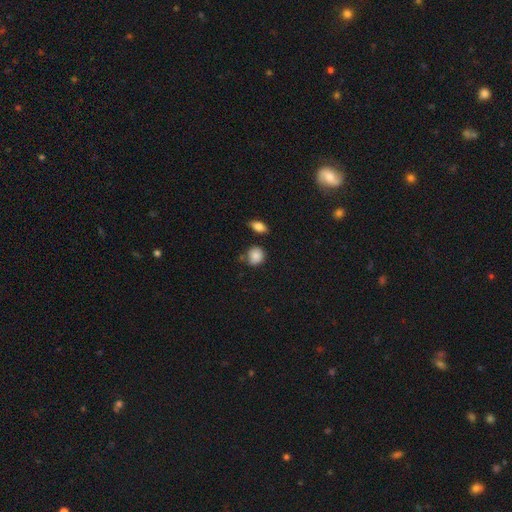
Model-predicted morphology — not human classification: Smooth or featured? Predicted: smooth (p=0.85). How rounded? Predicted: round (p=0.78). Merging? Predicted: none (p=0.67).